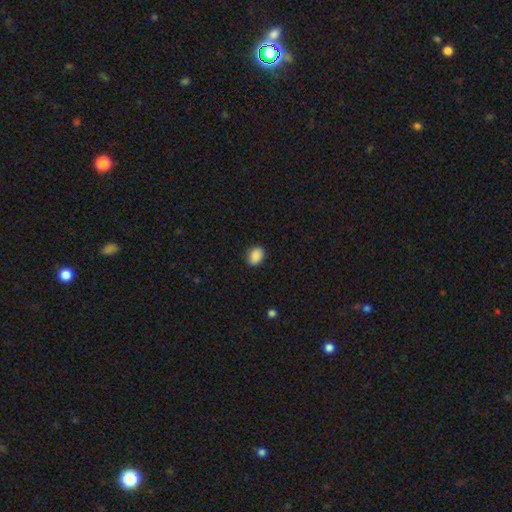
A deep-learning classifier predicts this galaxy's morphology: Smooth or featured? smooth (89%)
How rounded? in between (69%)
Merging? none (85%)